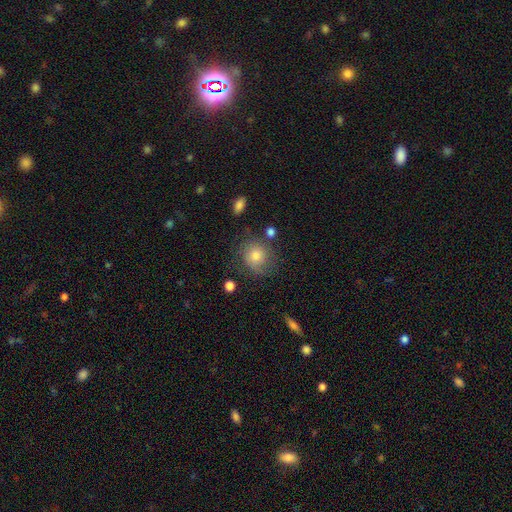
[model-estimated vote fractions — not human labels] Q: Smooth or featured?
A: smooth (61%); runner-up: featured or disk (27%)
Q: How rounded?
A: round (82%); runner-up: in between (17%)
Q: Merging?
A: none (67%); runner-up: minor disturbance (20%)